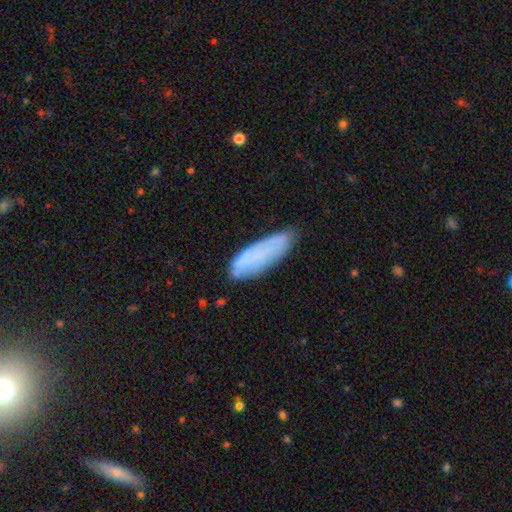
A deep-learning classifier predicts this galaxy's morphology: smooth 67%, featured or disk 24%, star or artifact 9%. Down the decision tree: how rounded — cigar-shaped (52%); merging — none (70%).